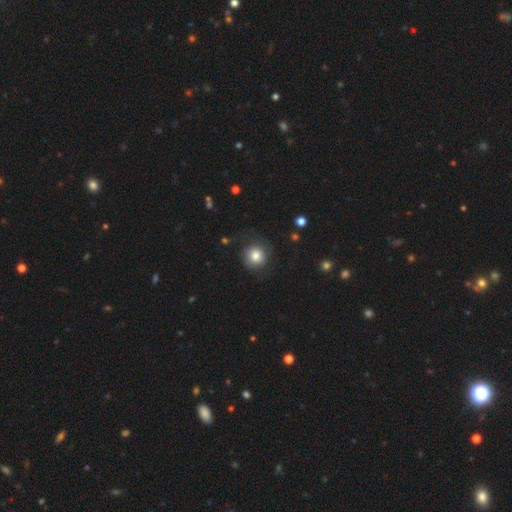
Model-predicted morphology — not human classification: A smooth galaxy with no disk features (75%) that is round (90%). Merging: none (73%).